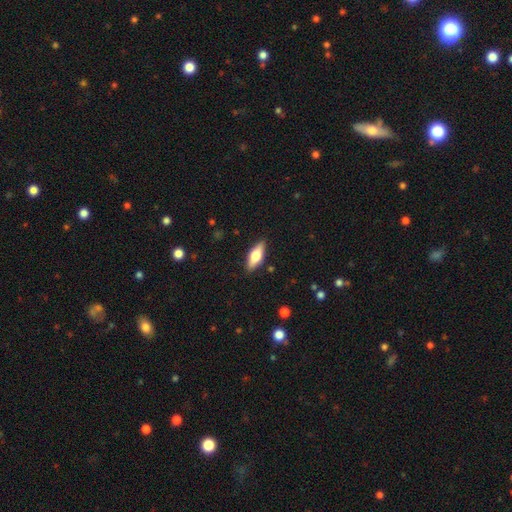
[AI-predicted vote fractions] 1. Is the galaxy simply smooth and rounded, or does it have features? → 54% smooth, 40% featured or disk, 6% star or artifact.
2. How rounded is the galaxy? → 66% in between, 31% cigar-shaped, 3% round.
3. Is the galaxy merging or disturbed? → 88% none, 9% minor disturbance, 2% major disturbance, 1% merger.